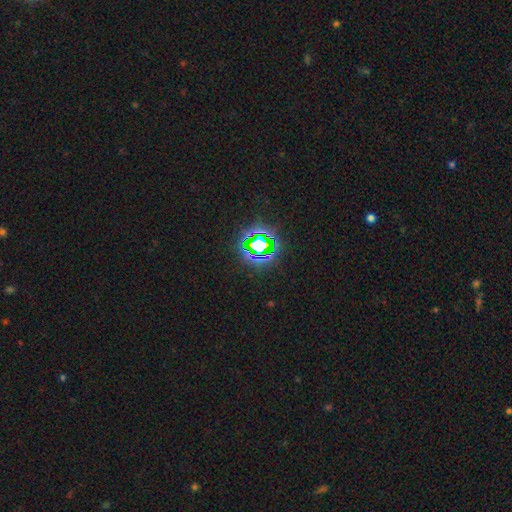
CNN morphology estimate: A star or artifact, not a galaxy (77%).

Vote fractions:
- Smooth or featured? star or artifact: 77% / smooth: 14% / featured or disk: 10%